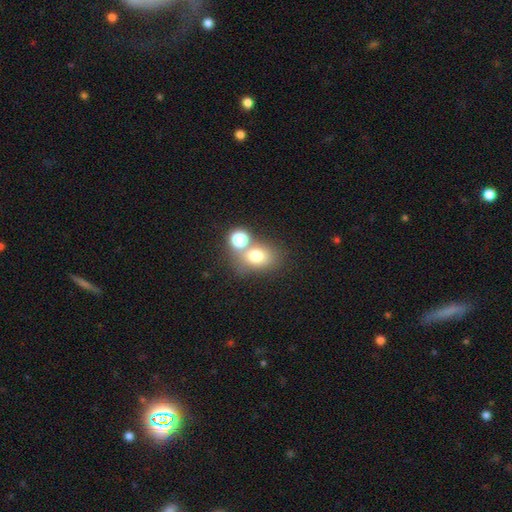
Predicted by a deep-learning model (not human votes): This is likely a smooth galaxy (73%). How rounded: possibly in between (50%). Merging: possibly none (49%).